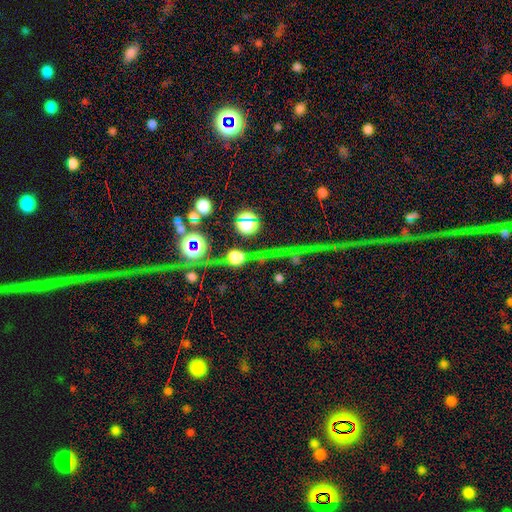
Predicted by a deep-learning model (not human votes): Smooth or featured? smooth (40%)
Merging? none (51%)